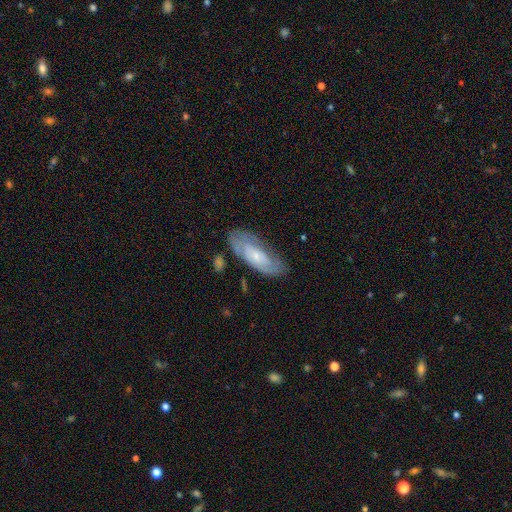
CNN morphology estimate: smooth_or_featured: featured or disk (p=0.57) [alt: smooth p=0.36]
disk_edge_on: no (p=0.87) [alt: yes p=0.13]
merging: none (p=0.66) [alt: minor disturbance p=0.22]